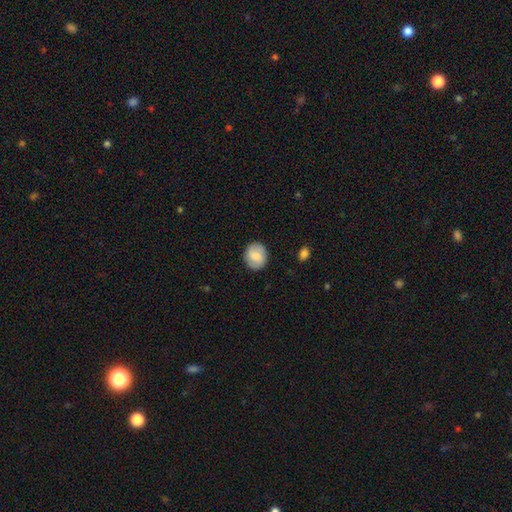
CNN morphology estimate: The model was most divided on "how rounded": round: 68%, in between: 31%, cigar-shaped: 1%. More confident: merging — none (86%); smooth or featured — smooth (70%).